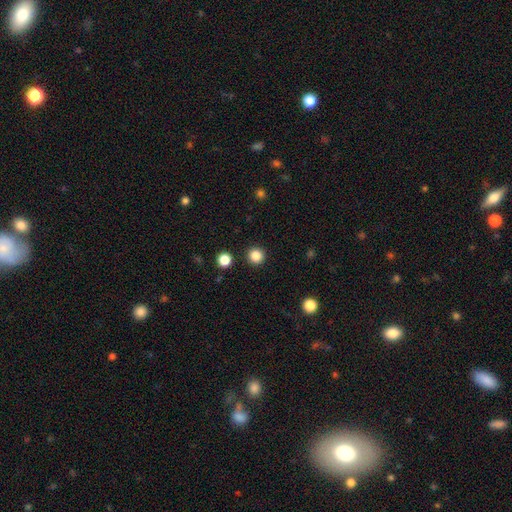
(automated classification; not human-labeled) smooth_or_featured: smooth (p=0.85) [alt: star or artifact p=0.12]
how_rounded: round (p=0.95) [alt: in between p=0.04]
merging: none (p=0.93) [alt: minor disturbance p=0.04]